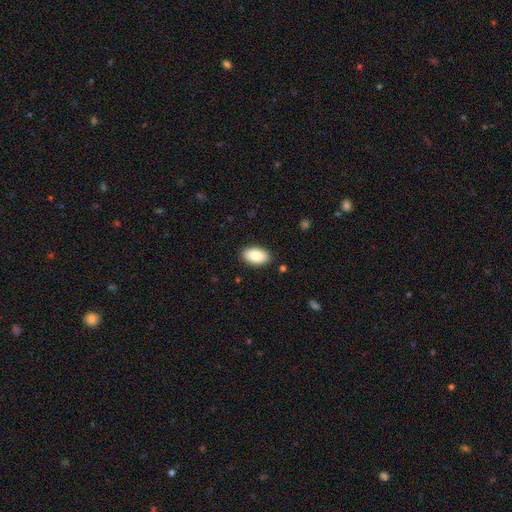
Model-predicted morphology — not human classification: Overall: smooth (87%). How rounded: in between (94%). Merging: none (89%).